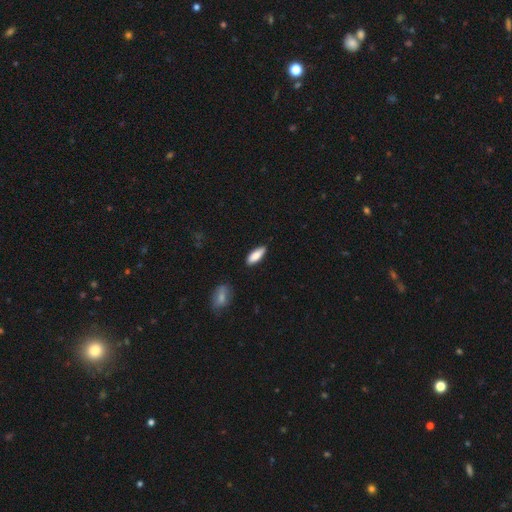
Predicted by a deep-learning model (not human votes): Smooth or featured? Predicted: smooth (p=0.82). How rounded? Predicted: in between (p=0.65). Merging? Predicted: none (p=0.82).